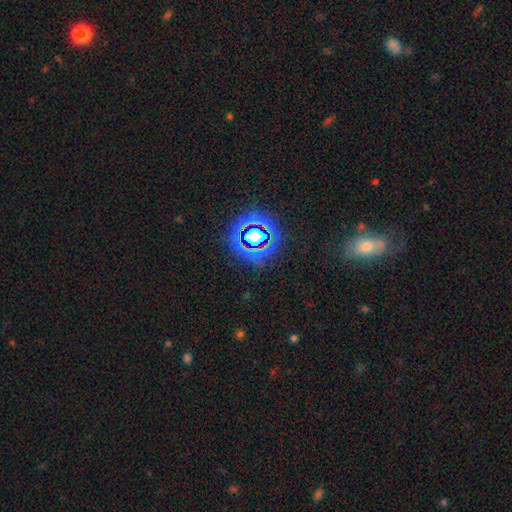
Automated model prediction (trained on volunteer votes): Overall: star or artifact (67%).